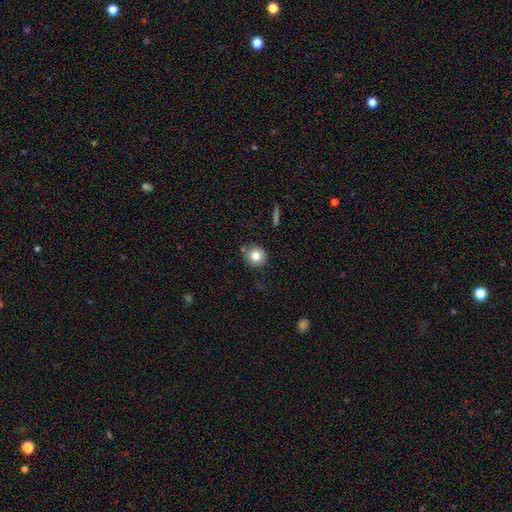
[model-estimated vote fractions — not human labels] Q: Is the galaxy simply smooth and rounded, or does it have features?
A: smooth — 82%.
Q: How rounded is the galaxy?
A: round — 91%.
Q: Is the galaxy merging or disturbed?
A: none — 79%.